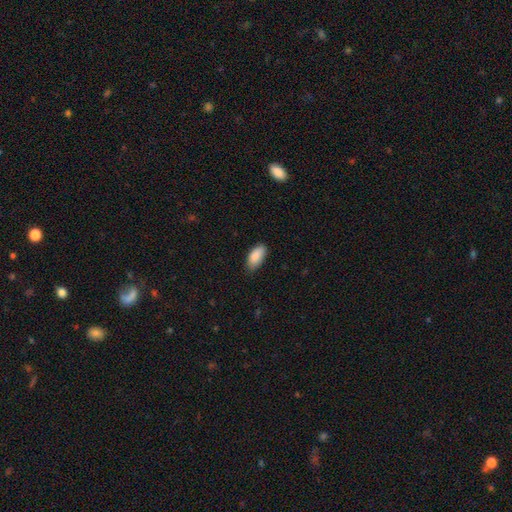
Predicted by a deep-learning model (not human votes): Overall: smooth (88%). How rounded: in between (92%). Merging: none (82%).